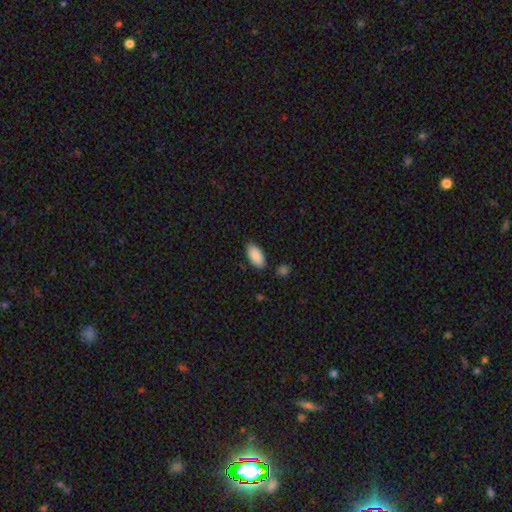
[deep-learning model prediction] Smooth or featured? Predicted: smooth (p=0.90). How rounded? Predicted: in between (p=0.92). Merging? Predicted: none (p=0.84).